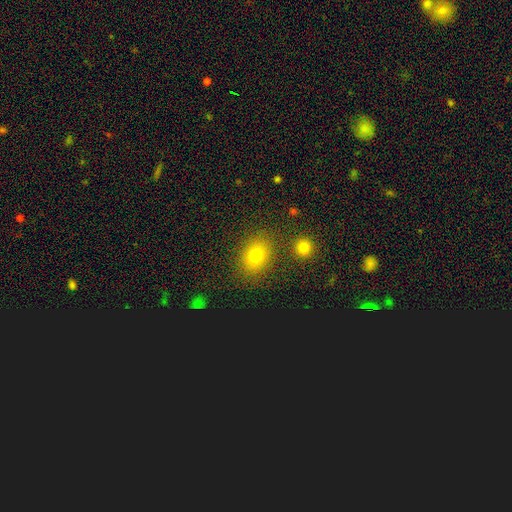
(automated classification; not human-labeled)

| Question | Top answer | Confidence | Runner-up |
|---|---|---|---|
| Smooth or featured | smooth | 76% | star or artifact (15%) |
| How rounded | in between | 58% | round (41%) |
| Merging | none | 83% | minor disturbance (9%) |